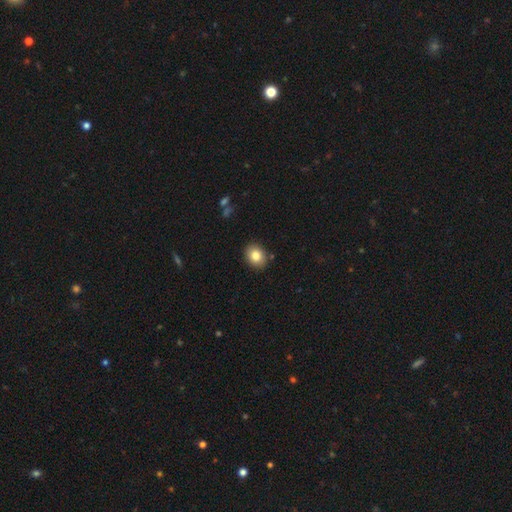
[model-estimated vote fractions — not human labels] Smooth or featured? smooth (83%)
How rounded? in between (51%)
Merging? none (88%)